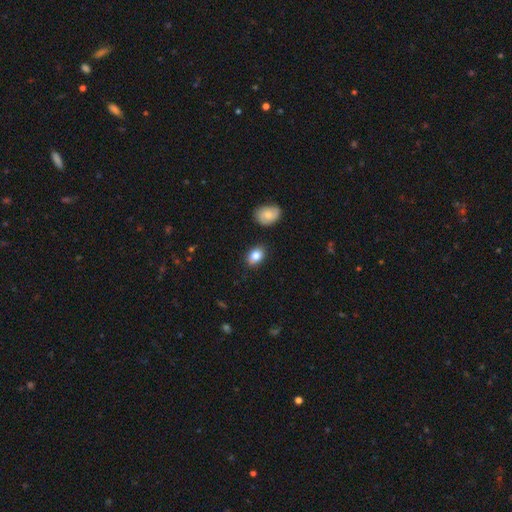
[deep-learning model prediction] Smooth or featured?
  - smooth: 84% *
  - featured or disk: 8%
  - star or artifact: 8%
How rounded?
  - in between: 82% *
  - round: 17%
  - cigar-shaped: 1%
Merging?
  - none: 84% *
  - minor disturbance: 11%
  - merger: 2%
  - major disturbance: 2%